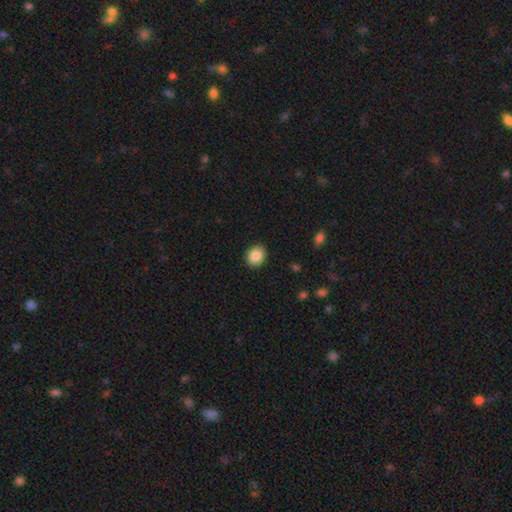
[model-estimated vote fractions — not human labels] smooth_or_featured: smooth (p=0.87) [alt: star or artifact p=0.08]
how_rounded: round (p=0.53) [alt: in between p=0.46]
merging: none (p=0.90) [alt: minor disturbance p=0.07]